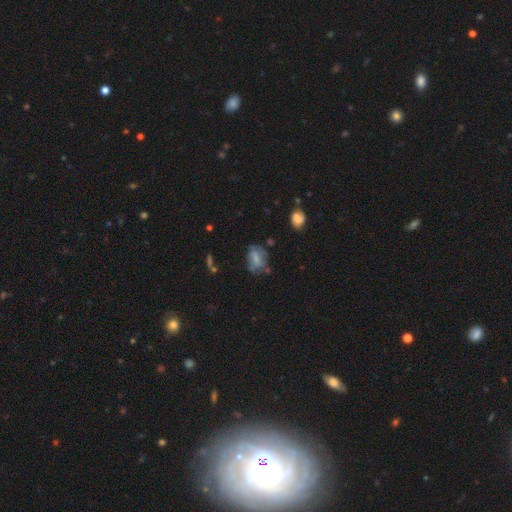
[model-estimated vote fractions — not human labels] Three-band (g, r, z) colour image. It shows a smooth galaxy with no disk features (46%). Merging: none (58%).